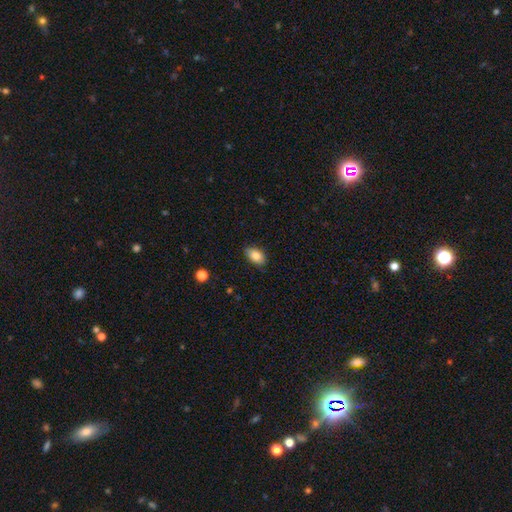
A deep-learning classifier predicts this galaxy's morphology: A smooth galaxy with no disk features (86%) that is in between round and cigar-shaped (90%). Merging: none (84%).